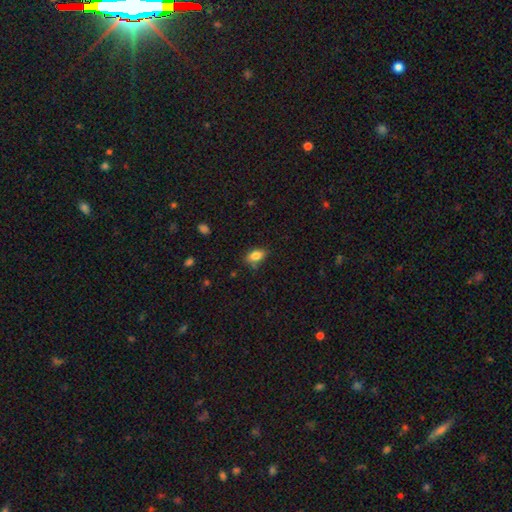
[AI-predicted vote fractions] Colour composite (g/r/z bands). It shows a smooth galaxy with no disk features (83%) that is in between round and cigar-shaped (88%). Merging: none (77%).